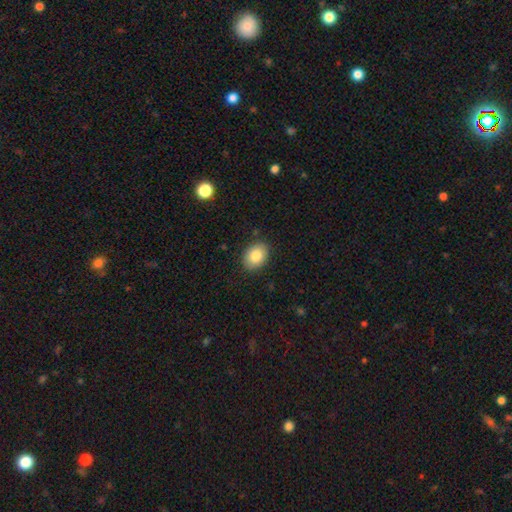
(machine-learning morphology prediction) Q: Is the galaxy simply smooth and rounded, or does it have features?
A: smooth — 84%.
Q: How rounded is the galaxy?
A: in between — 72%.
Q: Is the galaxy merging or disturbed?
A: none — 88%.